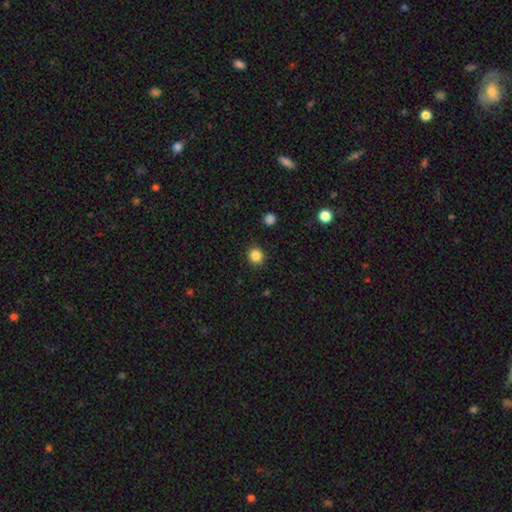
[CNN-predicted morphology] Overall: smooth (85%). How rounded: round (90%). Merging: none (91%).